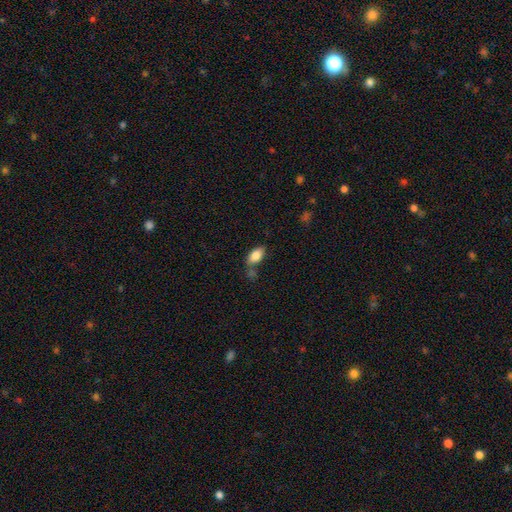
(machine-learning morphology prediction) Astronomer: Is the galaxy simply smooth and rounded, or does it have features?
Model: smooth — 82%.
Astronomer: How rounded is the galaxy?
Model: in between — 91%.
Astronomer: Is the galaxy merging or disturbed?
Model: none — 59%.